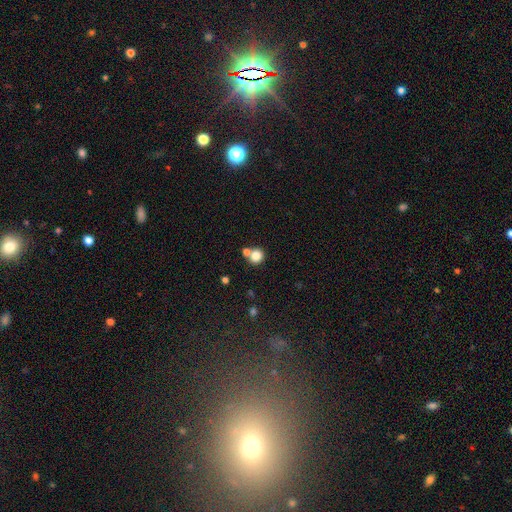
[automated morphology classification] smooth-or-featured: smooth: 81% | star or artifact: 12% | featured or disk: 7%
  how-rounded: round: 87% | in between: 12% | cigar-shaped: 1%
  merging: none: 61% | merger: 28% | minor disturbance: 8% | major disturbance: 3%